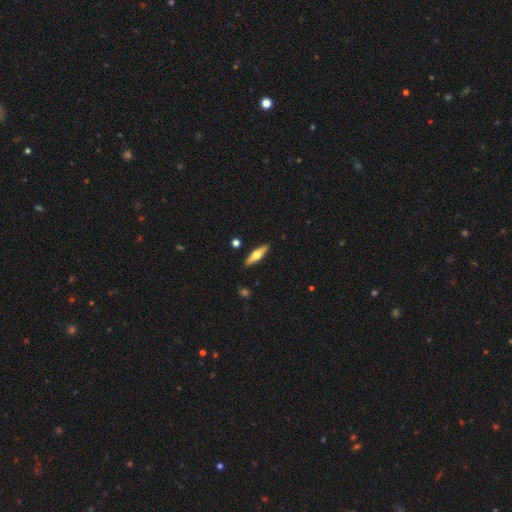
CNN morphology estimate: smooth_or_featured: featured or disk (p=0.54) [alt: smooth p=0.40]
disk_edge_on: yes (p=0.92) [alt: no p=0.08]
merging: none (p=0.89) [alt: minor disturbance p=0.07]